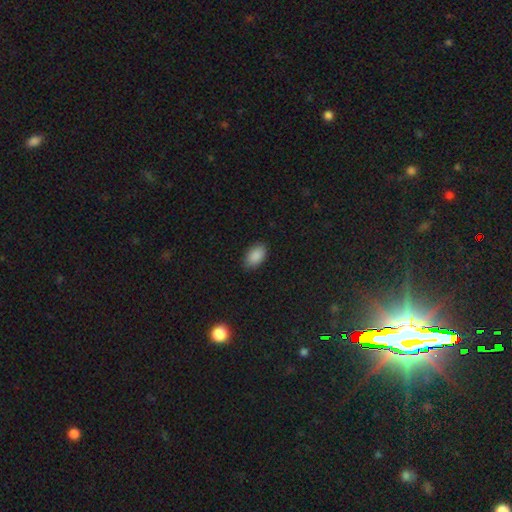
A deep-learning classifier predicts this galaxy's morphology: A smooth galaxy with no disk features (89%) that is in between round and cigar-shaped (93%). Merging: none (86%).